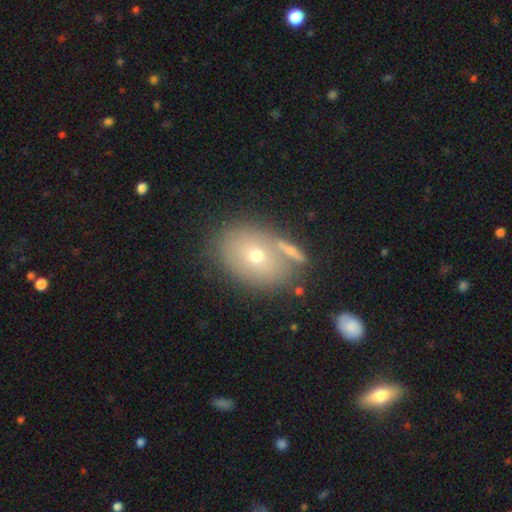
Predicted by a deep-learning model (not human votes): Overall: smooth (61%; featured or disk 27%). How rounded: in between (67%; round 31%). Merging: none (64%).